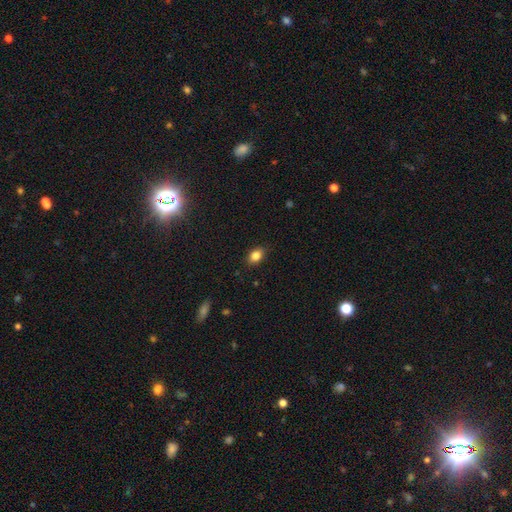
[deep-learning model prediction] This is clearly a smooth galaxy (84%). How rounded: likely in between (77%). Merging: clearly none (87%).